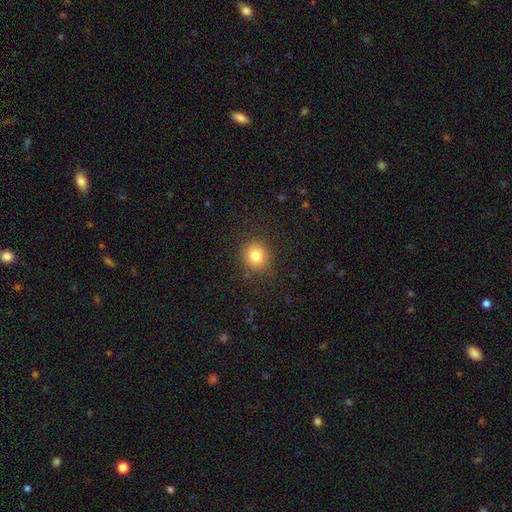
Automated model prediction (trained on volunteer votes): smooth-or-featured: smooth: 81% | star or artifact: 12% | featured or disk: 8%
  how-rounded: round: 87% | in between: 12% | cigar-shaped: 1%
  merging: none: 88% | minor disturbance: 8% | major disturbance: 3% | merger: 1%